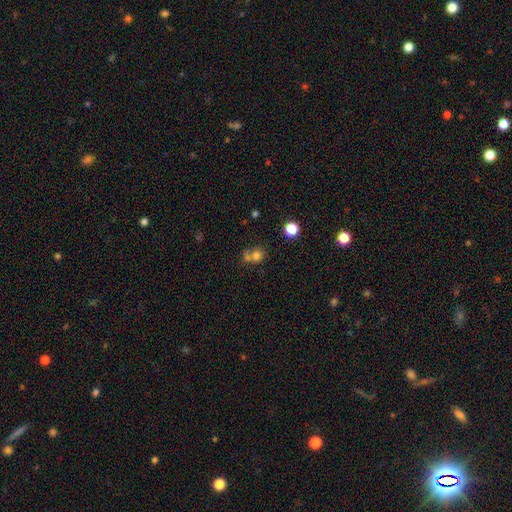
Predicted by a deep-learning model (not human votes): Smooth or featured? Predicted: smooth (p=0.73). How rounded? Predicted: round (p=0.79). Merging? Predicted: merger (p=0.44).